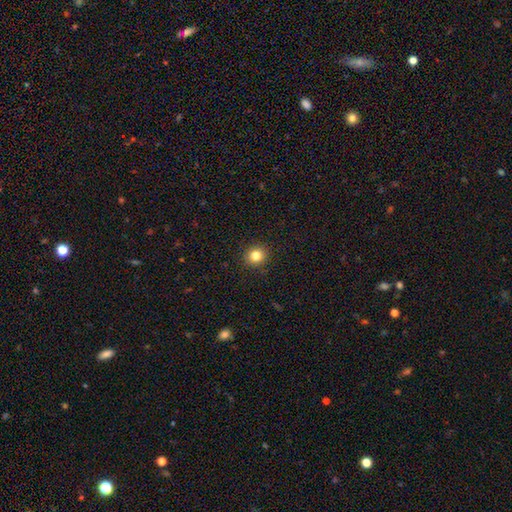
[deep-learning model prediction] smooth 83%, star or artifact 12%, featured or disk 6%. Down the decision tree: how rounded — round (88%); merging — none (92%).